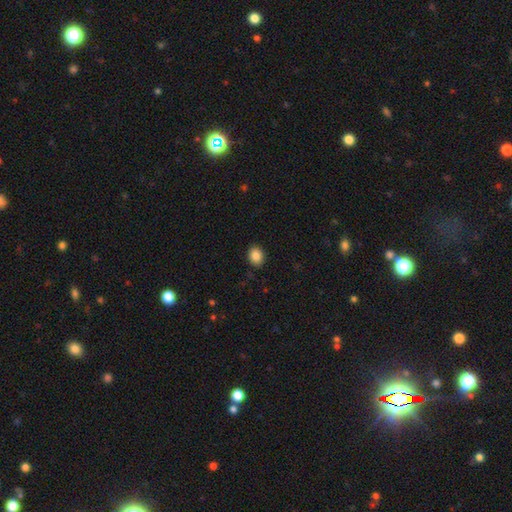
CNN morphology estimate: The model was most divided on "how rounded": round: 53%, in between: 46%, cigar-shaped: 1%. More confident: merging — none (90%); smooth or featured — smooth (86%).